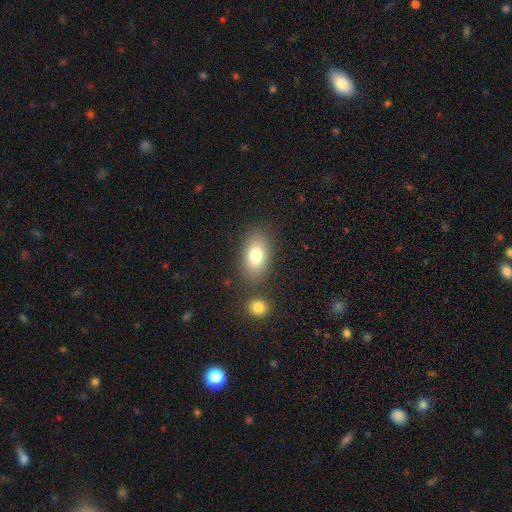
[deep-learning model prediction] smooth-or-featured: smooth: 79% | featured or disk: 13% | star or artifact: 8%
  how-rounded: in between: 90% | round: 8% | cigar-shaped: 3%
  merging: none: 77% | minor disturbance: 11% | merger: 8% | major disturbance: 4%